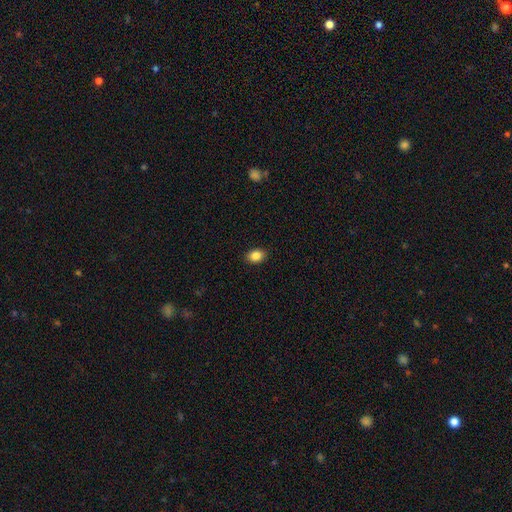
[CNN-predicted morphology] Q: Smooth or featured?
A: smooth (86%); runner-up: star or artifact (9%)
Q: How rounded?
A: in between (73%); runner-up: round (26%)
Q: Merging?
A: none (89%); runner-up: minor disturbance (8%)